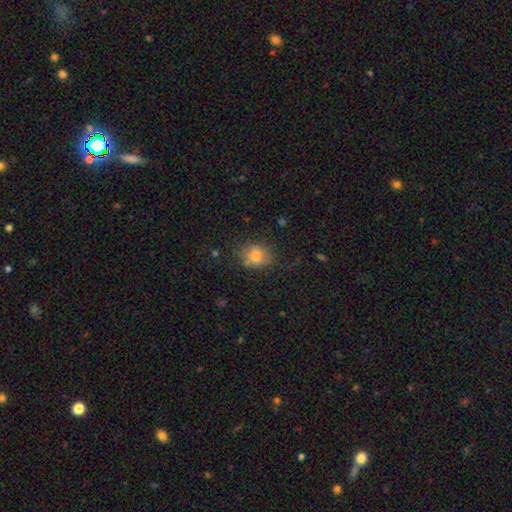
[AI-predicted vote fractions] This appears to be a smooth galaxy with no disk features (77%) that is round (56%). Merging: none (71%).